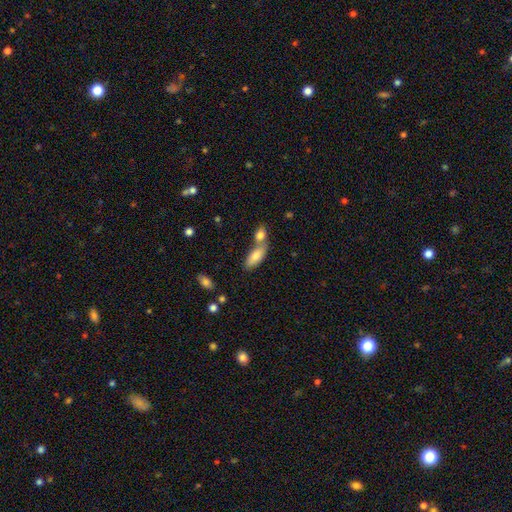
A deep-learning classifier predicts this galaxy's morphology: The model was most divided on "merging": merger: 52%, none: 36%, minor disturbance: 9%, major disturbance: 3%. More confident: how rounded — in between (81%); smooth or featured — smooth (79%).